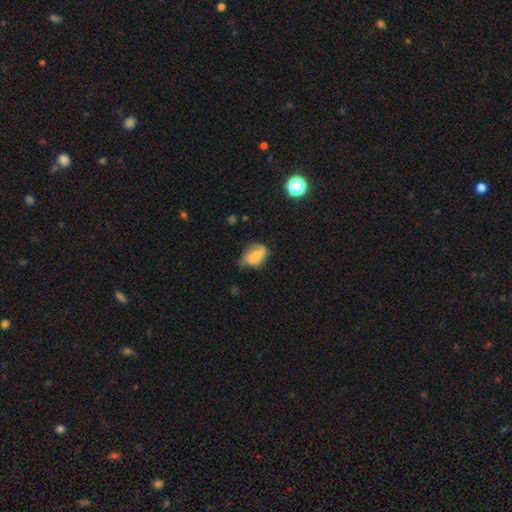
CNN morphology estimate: A smooth galaxy with no disk features (62%) that is in between round and cigar-shaped (79%). Merging: none (42%).